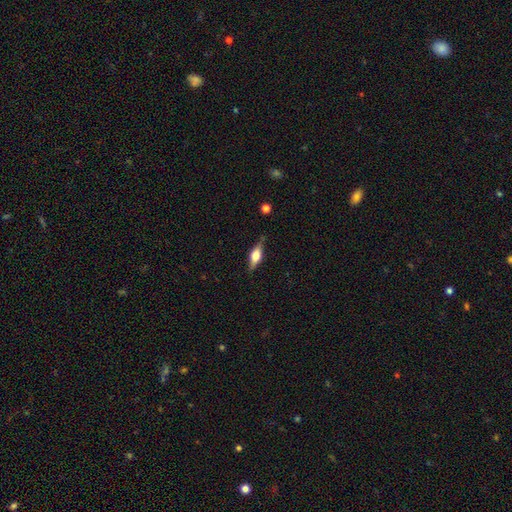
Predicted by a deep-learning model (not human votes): Q: Smooth or featured?
A: featured or disk (54%); runner-up: smooth (39%)
Q: Edge-on disk?
A: yes (93%); runner-up: no (7%)
Q: Edge-on bulge?
A: rounded (86%); runner-up: boxy (12%)
Q: Merging?
A: none (78%); runner-up: minor disturbance (16%)